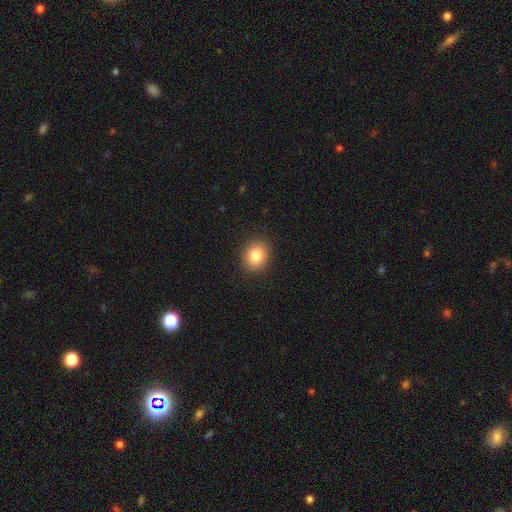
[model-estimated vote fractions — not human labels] smooth_or_featured: smooth (p=0.84) [alt: star or artifact p=0.09]
how_rounded: round (p=0.64) [alt: in between p=0.35]
merging: none (p=0.89) [alt: minor disturbance p=0.08]